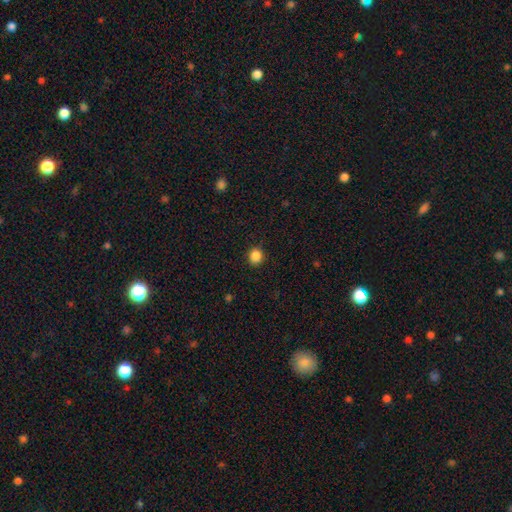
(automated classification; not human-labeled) This appears to be a smooth galaxy with no disk features (86%) that is round (83%). Merging: none (90%).